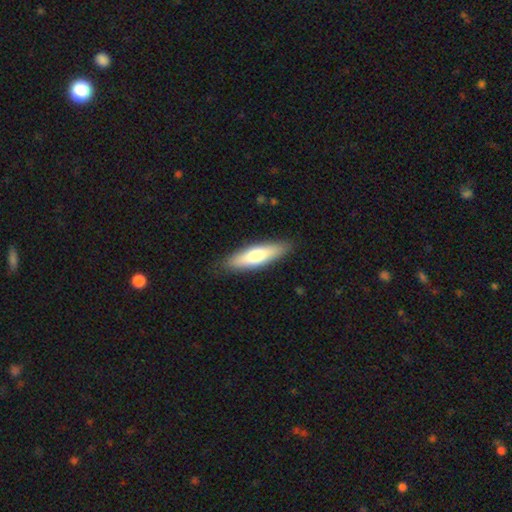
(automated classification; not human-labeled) Morphology: type=smooth (71%); roundness=cigar-shaped (62%); merging=none (87%).